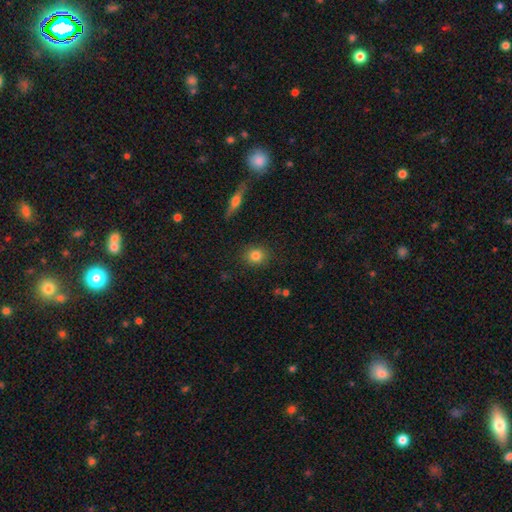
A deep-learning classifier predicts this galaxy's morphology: Smooth or featured: smooth — 83% (star or artifact — 10%)
How rounded: round — 81% (in between — 17%)
Merging: none — 88% (minor disturbance — 8%)